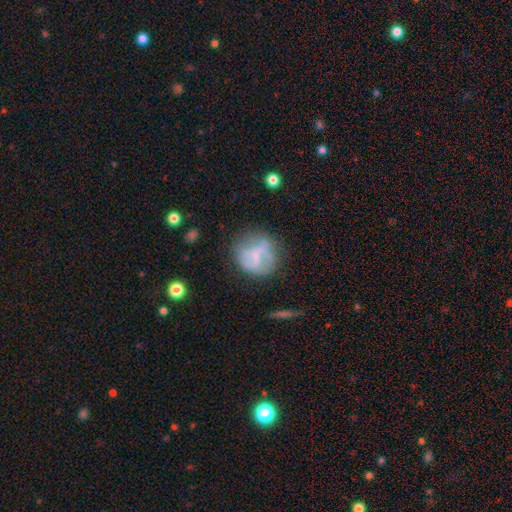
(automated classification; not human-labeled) smooth_or_featured: featured or disk (p=0.51) [alt: smooth p=0.39]
disk_edge_on: no (p=0.97) [alt: yes p=0.03]
merging: none (p=0.54) [alt: minor disturbance p=0.23]